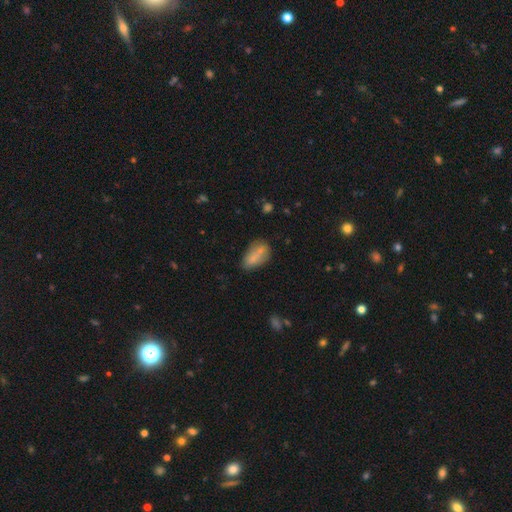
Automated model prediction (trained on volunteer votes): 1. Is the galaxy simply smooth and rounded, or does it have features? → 75% smooth, 16% featured or disk, 9% star or artifact.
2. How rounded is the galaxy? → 86% in between, 8% cigar-shaped, 6% round.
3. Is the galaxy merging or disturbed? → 52% none, 22% minor disturbance, 18% merger, 8% major disturbance.